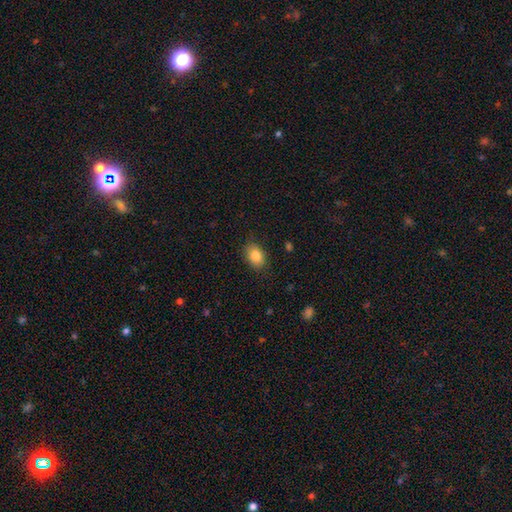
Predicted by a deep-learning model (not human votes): This is clearly a smooth galaxy (85%). How rounded: likely in between (79%). Merging: clearly none (84%).